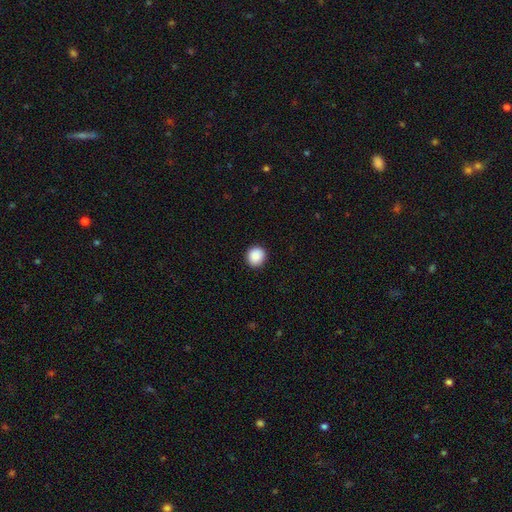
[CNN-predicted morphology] This is clearly a smooth galaxy (90%). How rounded: clearly round (90%). Merging: clearly none (92%).